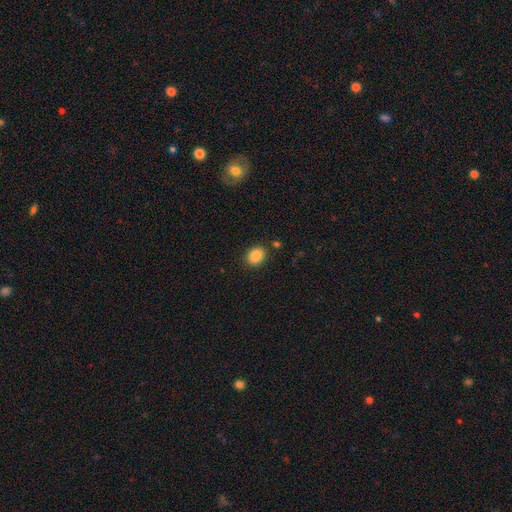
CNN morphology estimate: Q: Smooth or featured?
A: smooth (88%); runner-up: star or artifact (9%)
Q: How rounded?
A: in between (52%); runner-up: round (47%)
Q: Merging?
A: none (85%); runner-up: minor disturbance (9%)